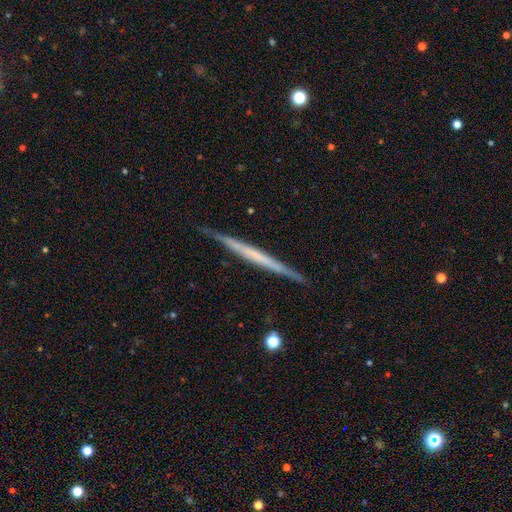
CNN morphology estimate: A featured or disk galaxy (63%) viewed edge-on (97%) with no central bulge (85%). Merging: none (88%).